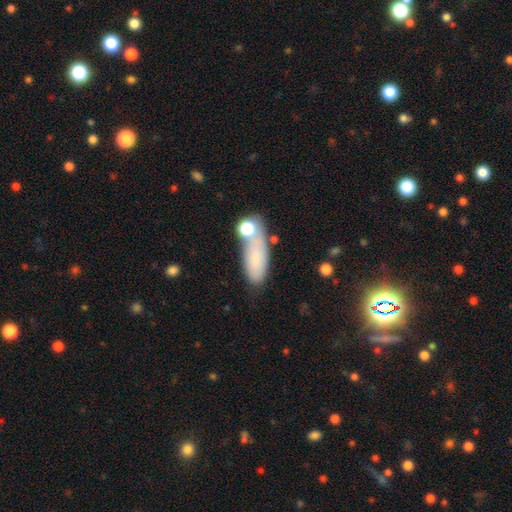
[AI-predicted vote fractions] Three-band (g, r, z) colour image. It shows a smooth galaxy with no disk features (74%) that is in between round and cigar-shaped (67%). Merging: none (55%).